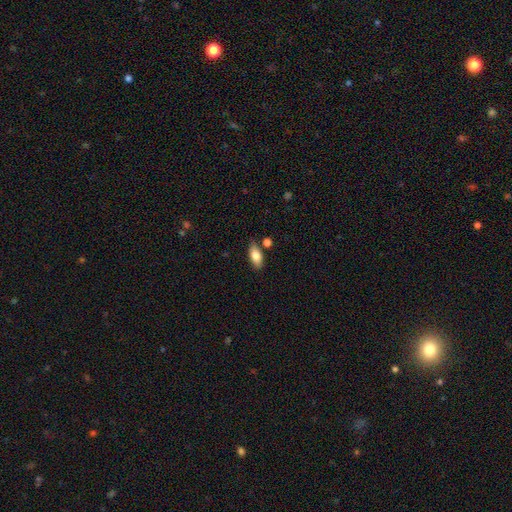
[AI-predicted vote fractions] Smooth or featured?
  - smooth: 80% *
  - featured or disk: 13%
  - star or artifact: 7%
How rounded?
  - in between: 88% *
  - cigar-shaped: 9%
  - round: 3%
Merging?
  - none: 77% *
  - minor disturbance: 14%
  - merger: 7%
  - major disturbance: 3%